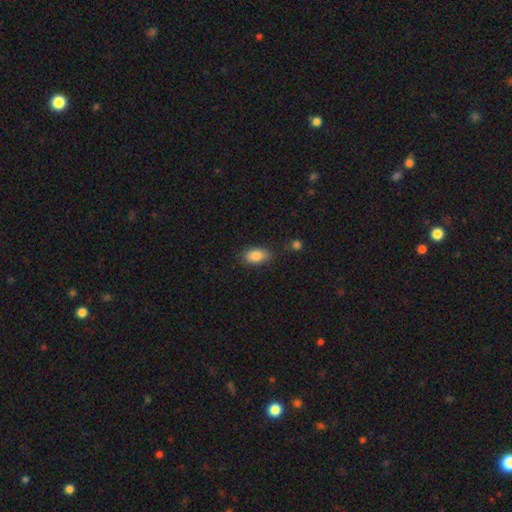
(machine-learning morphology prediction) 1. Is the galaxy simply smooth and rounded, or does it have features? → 86% smooth, 8% star or artifact, 6% featured or disk.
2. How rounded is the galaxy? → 90% in between, 7% round, 3% cigar-shaped.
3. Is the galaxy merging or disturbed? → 76% none, 17% minor disturbance, 4% major disturbance, 4% merger.